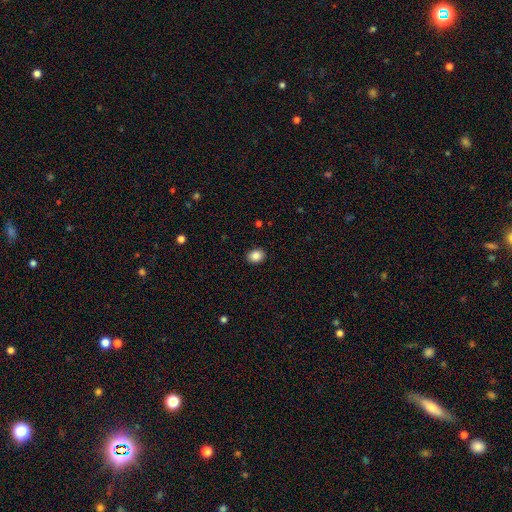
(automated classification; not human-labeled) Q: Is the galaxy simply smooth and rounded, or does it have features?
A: smooth — 87%.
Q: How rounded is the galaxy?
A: in between — 52%.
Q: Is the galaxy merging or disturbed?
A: none — 91%.